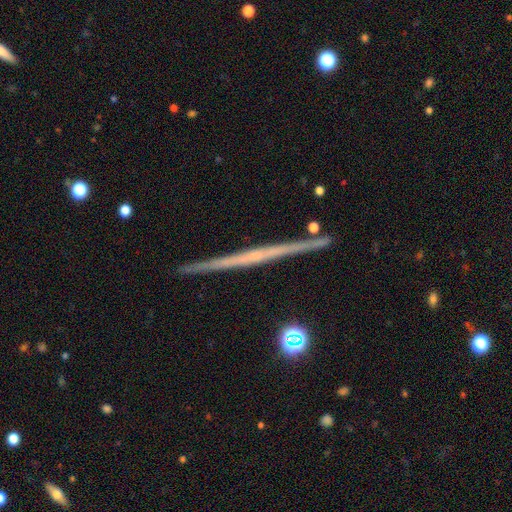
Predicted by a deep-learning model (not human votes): This appears to be a featured or disk galaxy (75%) viewed edge-on (98%) with no central bulge (73%). Merging: none (92%).